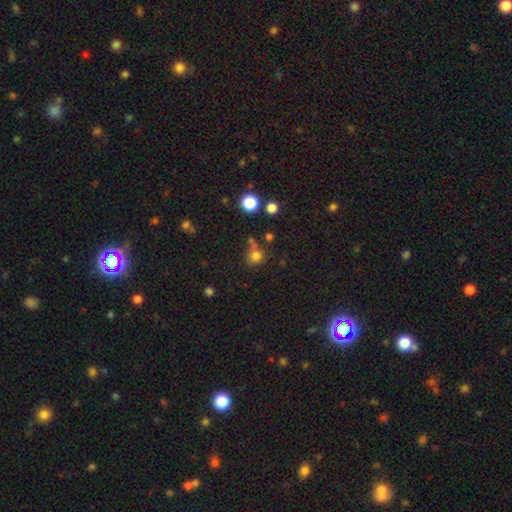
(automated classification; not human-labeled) Overall: smooth (77%). How rounded: round (83%). Merging: none (61%).